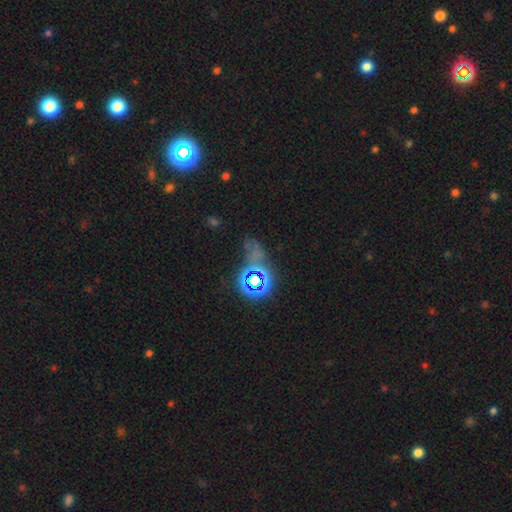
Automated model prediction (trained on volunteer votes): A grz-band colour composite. It shows a star or artifact, not a galaxy (64%).